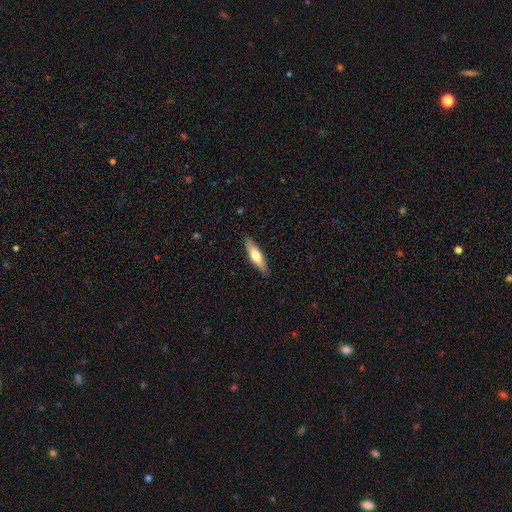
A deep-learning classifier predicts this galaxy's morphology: type=smooth (58%); roundness=cigar-shaped (63%); merging=none (87%).